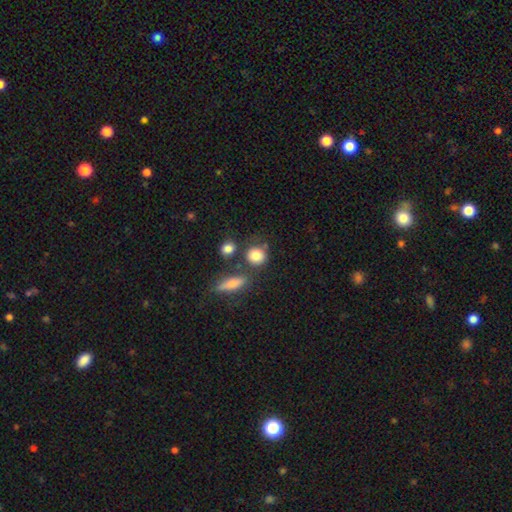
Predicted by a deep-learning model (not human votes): Smooth or featured? Predicted: smooth (p=0.81). How rounded? Predicted: round (p=0.76). Merging? Predicted: none (p=0.65).